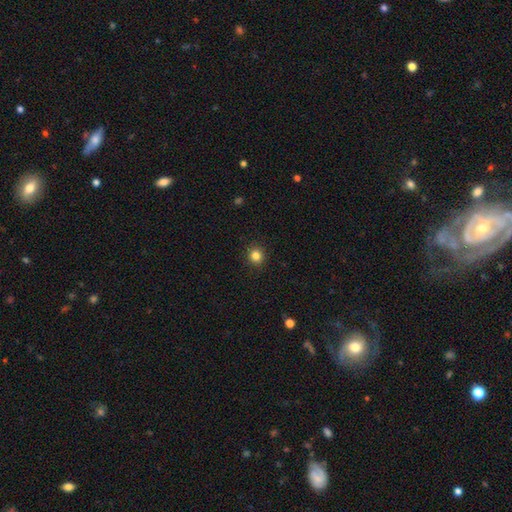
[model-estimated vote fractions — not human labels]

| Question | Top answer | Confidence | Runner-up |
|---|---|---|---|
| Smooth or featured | smooth | 84% | star or artifact (12%) |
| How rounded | round | 91% | in between (9%) |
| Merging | none | 92% | minor disturbance (5%) |